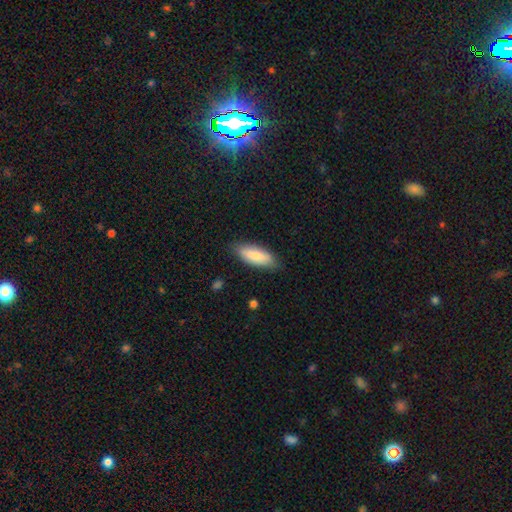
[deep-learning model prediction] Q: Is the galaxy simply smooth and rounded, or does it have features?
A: smooth — 81%.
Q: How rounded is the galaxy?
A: in between — 67%.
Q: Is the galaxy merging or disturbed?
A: none — 83%.